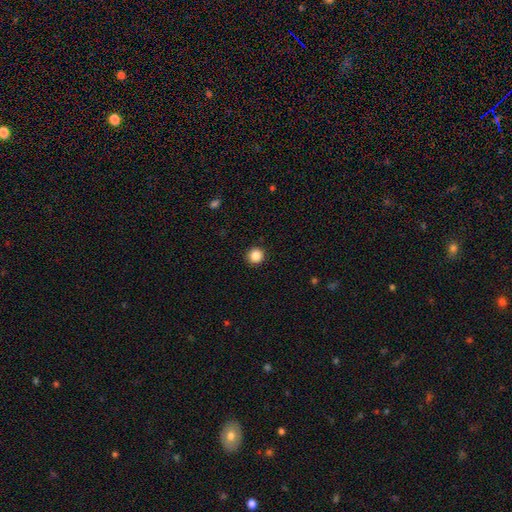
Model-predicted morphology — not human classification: Smooth or featured? smooth (86%)
How rounded? round (94%)
Merging? none (93%)